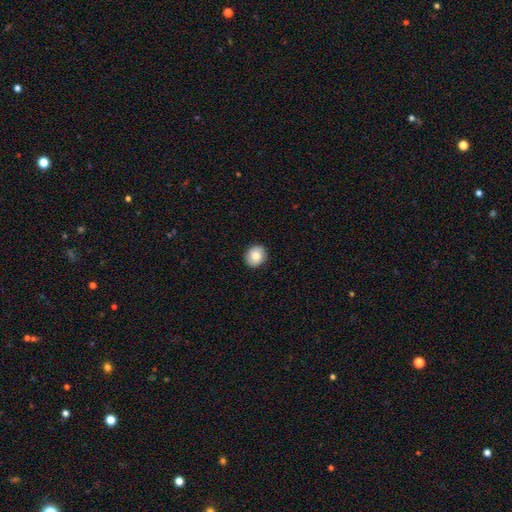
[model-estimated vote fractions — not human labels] This is likely a smooth galaxy (73%). How rounded: likely round (77%). Merging: clearly none (88%).